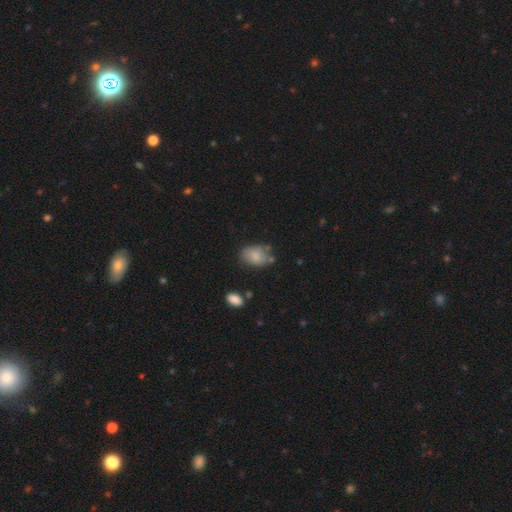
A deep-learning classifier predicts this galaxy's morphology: This is likely a smooth galaxy (80%). How rounded: clearly in between (82%). Merging: likely none (60%).